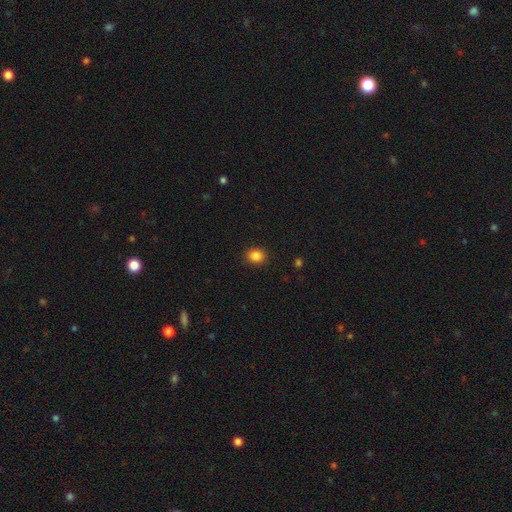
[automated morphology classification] smooth 86%, star or artifact 11%, featured or disk 4%. Down the decision tree: how rounded — round (71%); merging — none (90%).